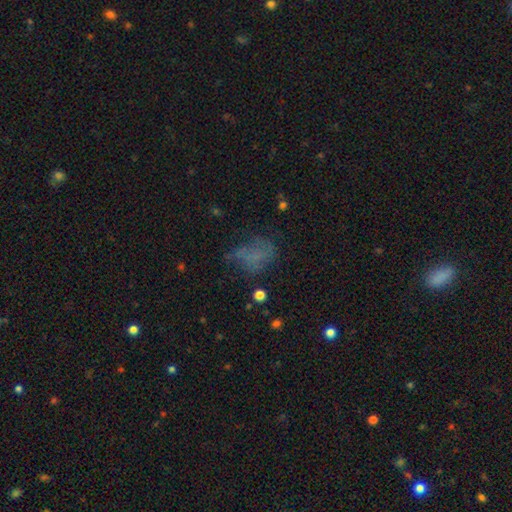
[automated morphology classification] smooth 48%, featured or disk 30%, star or artifact 23%. Down the decision tree: merging — none (41%).